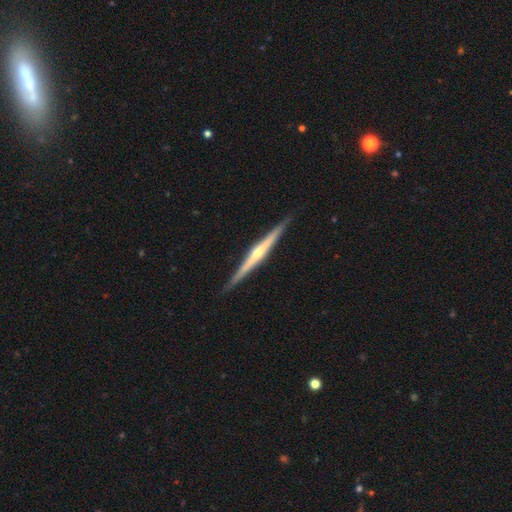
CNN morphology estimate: A featured or disk galaxy (83%) viewed edge-on (98%) with a rounded central bulge (78%).

Vote fractions:
- Smooth or featured? featured or disk: 83% / smooth: 12% / star or artifact: 5%
- Edge-on disk? yes: 98% / no: 2%
- Edge-on bulge? rounded: 78% / none: 14% / boxy: 9%
- Merging? none: 91% / minor disturbance: 6% / major disturbance: 1% / merger: 1%